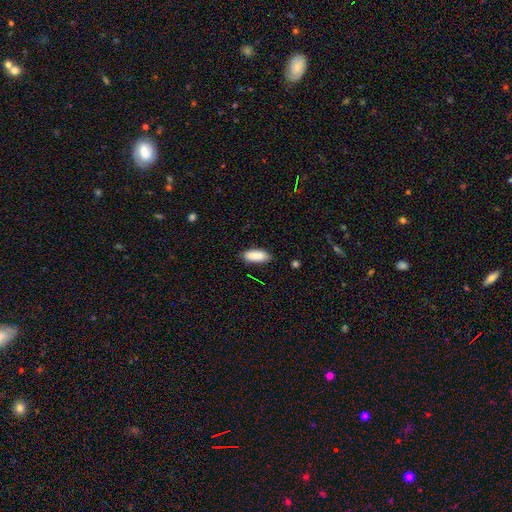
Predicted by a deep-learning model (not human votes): smooth-or-featured: smooth: 89% | star or artifact: 6% | featured or disk: 5%
  how-rounded: in between: 81% | cigar-shaped: 17% | round: 2%
  merging: none: 83% | minor disturbance: 13% | major disturbance: 2% | merger: 1%